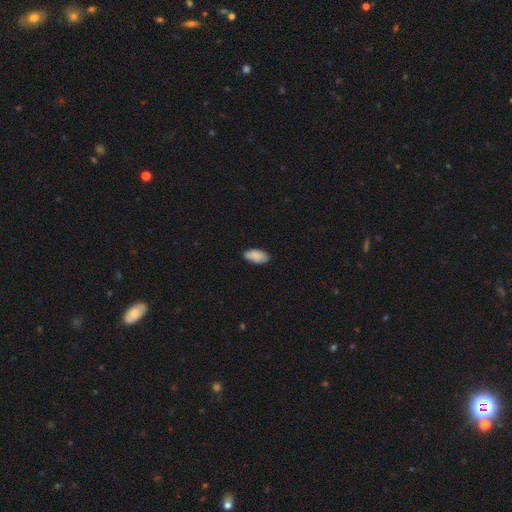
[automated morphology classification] Smooth or featured: smooth — 87% (star or artifact — 6%)
How rounded: in between — 93% (cigar-shaped — 5%)
Merging: none — 81% (minor disturbance — 15%)